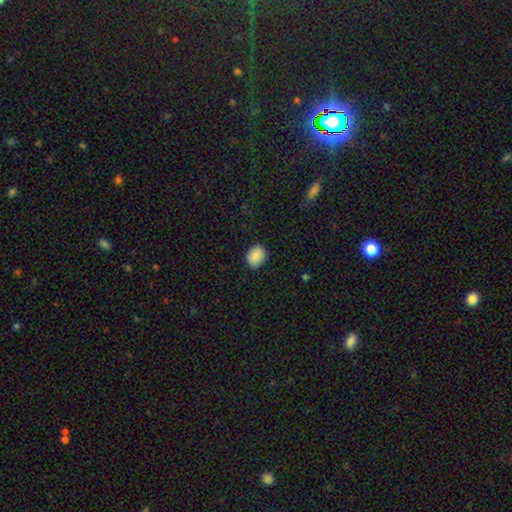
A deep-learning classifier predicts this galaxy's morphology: smooth_or_featured: smooth (p=0.89) [alt: star or artifact p=0.08]
how_rounded: round (p=0.60) [alt: in between p=0.40]
merging: none (p=0.87) [alt: minor disturbance p=0.10]